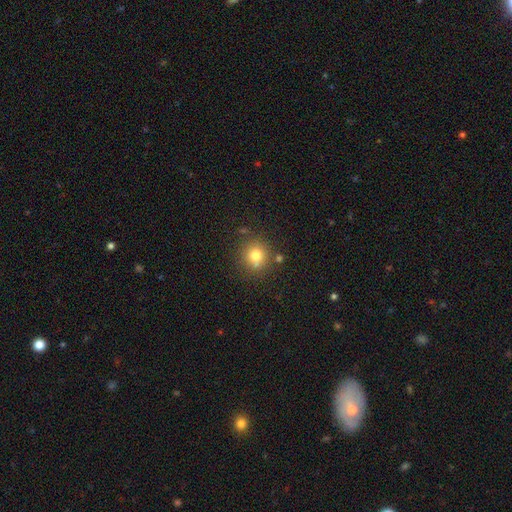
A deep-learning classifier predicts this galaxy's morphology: Smooth or featured: smooth — 76% (star or artifact — 13%)
How rounded: round — 89% (in between — 10%)
Merging: none — 73% (minor disturbance — 12%)